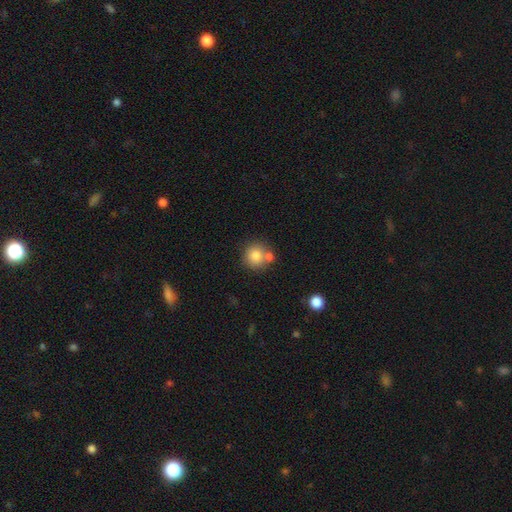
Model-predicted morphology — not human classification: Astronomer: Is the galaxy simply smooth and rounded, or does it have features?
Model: smooth — 80%.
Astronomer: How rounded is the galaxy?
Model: round — 91%.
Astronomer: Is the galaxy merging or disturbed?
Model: none — 62%.